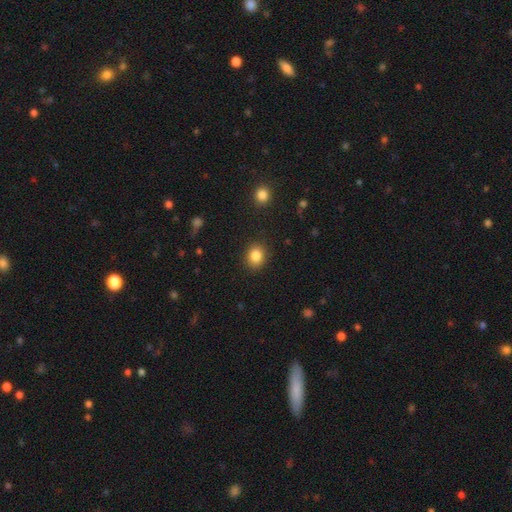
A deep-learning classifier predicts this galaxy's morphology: type=smooth (85%); roundness=round (68%); merging=none (89%).